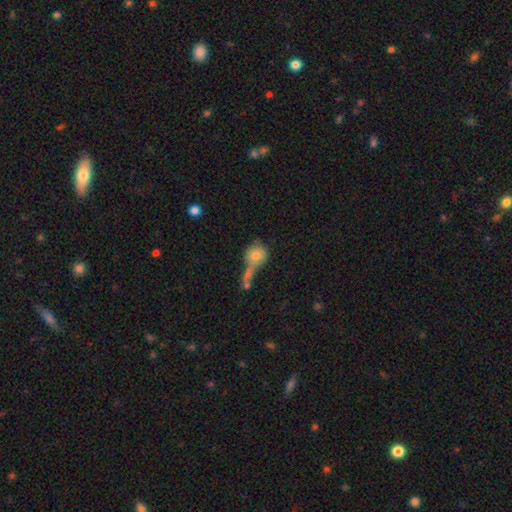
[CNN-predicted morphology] smooth-or-featured: smooth: 71% | featured or disk: 20% | star or artifact: 10%
  how-rounded: round: 71% | in between: 25% | cigar-shaped: 4%
  merging: merger: 48% | none: 23% | major disturbance: 16% | minor disturbance: 12%